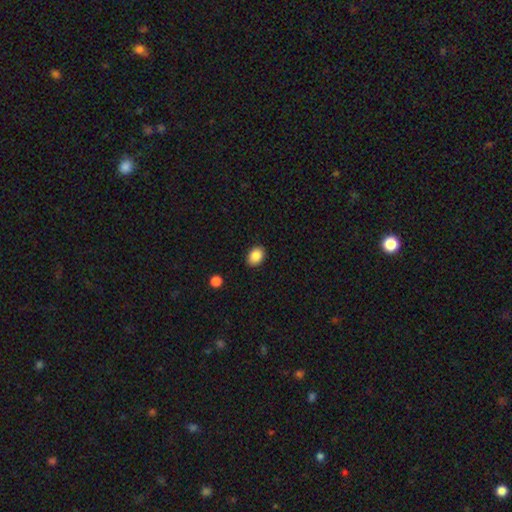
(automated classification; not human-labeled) Smooth or featured? smooth (87%)
How rounded? in between (75%)
Merging? none (89%)